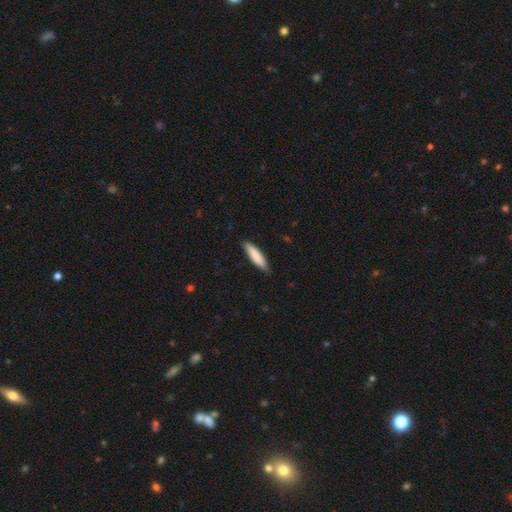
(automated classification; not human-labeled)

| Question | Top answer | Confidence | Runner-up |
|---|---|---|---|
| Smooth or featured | smooth | 83% | featured or disk (12%) |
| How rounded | cigar-shaped | 77% | in between (22%) |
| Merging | none | 84% | minor disturbance (13%) |